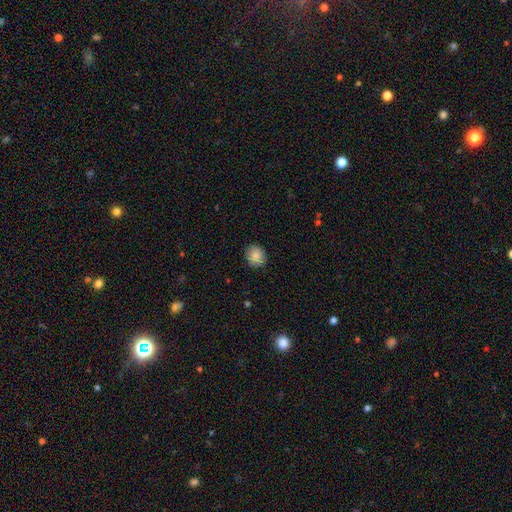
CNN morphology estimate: smooth-or-featured: smooth: 86% | star or artifact: 8% | featured or disk: 6%
  how-rounded: round: 74% | in between: 25% | cigar-shaped: 1%
  merging: none: 86% | minor disturbance: 11% | major disturbance: 2% | merger: 1%